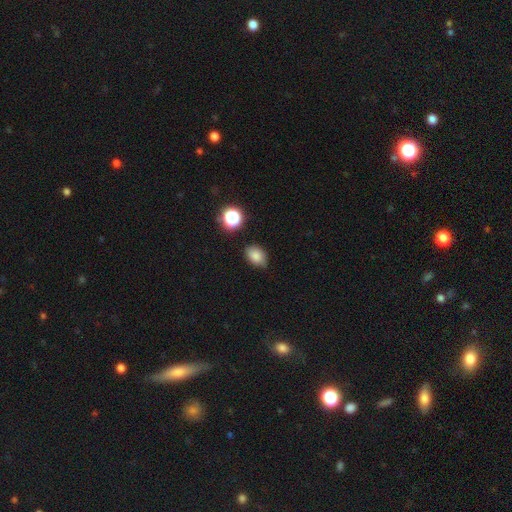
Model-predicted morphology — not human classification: smooth 81%, star or artifact 12%, featured or disk 7%. Down the decision tree: how rounded — in between (72%); merging — none (74%).